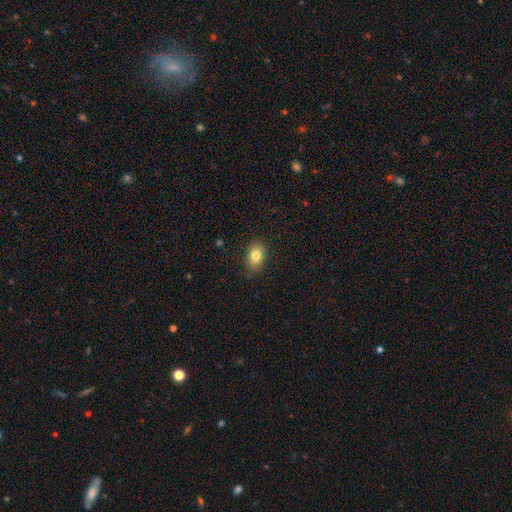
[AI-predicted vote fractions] A smooth galaxy with no disk features (80%) that is in between round and cigar-shaped (82%).

Vote fractions:
- Smooth or featured? smooth: 80% / featured or disk: 11% / star or artifact: 9%
- How rounded? in between: 82% / round: 16% / cigar-shaped: 2%
- Merging? none: 85% / minor disturbance: 11% / major disturbance: 2% / merger: 1%